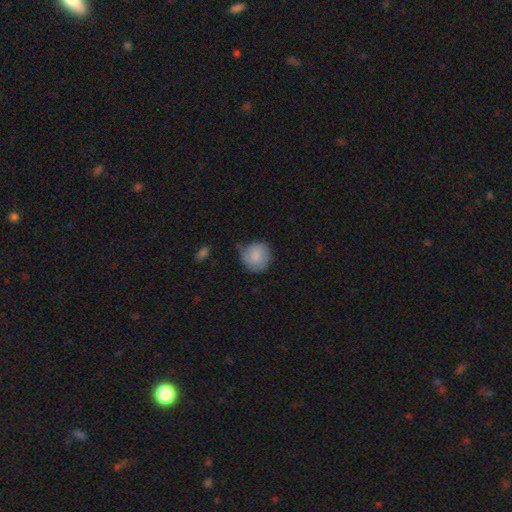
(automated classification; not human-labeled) A smooth galaxy with no disk features (81%) that is round (89%).

Vote fractions:
- Smooth or featured? smooth: 81% / featured or disk: 12% / star or artifact: 7%
- How rounded? round: 89% / in between: 10% / cigar-shaped: 1%
- Merging? none: 69% / minor disturbance: 24% / major disturbance: 5% / merger: 2%